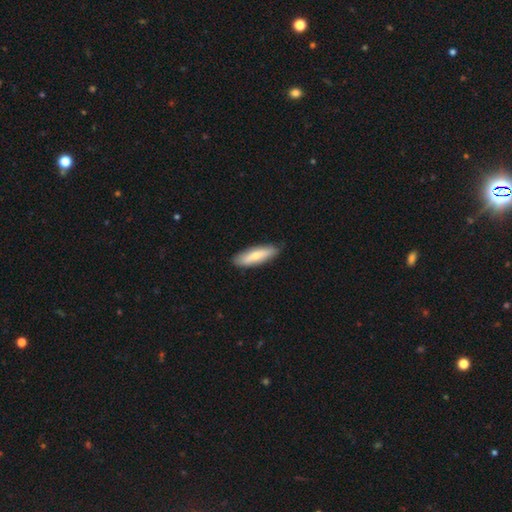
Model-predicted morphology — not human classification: Q: Smooth or featured?
A: smooth (68%); runner-up: featured or disk (27%)
Q: How rounded?
A: cigar-shaped (57%); runner-up: in between (42%)
Q: Merging?
A: none (85%); runner-up: minor disturbance (12%)